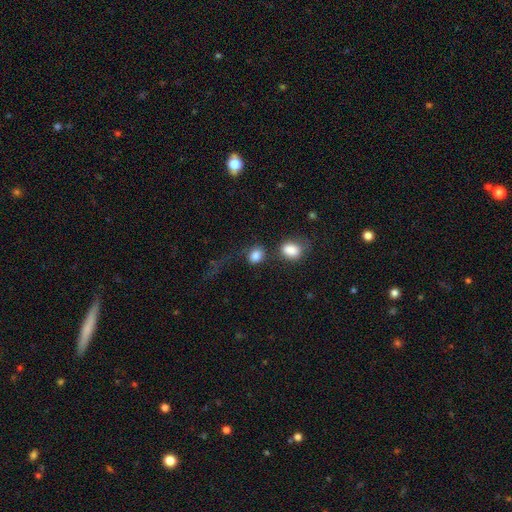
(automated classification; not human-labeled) The model was most divided on "how rounded" (2-way tie): round: 49%, in between: 49%, cigar-shaped: 2%. More confident: smooth or featured — smooth (84%); merging — none (51%).